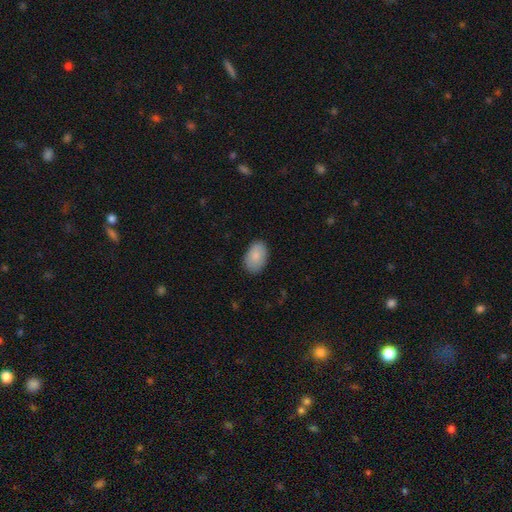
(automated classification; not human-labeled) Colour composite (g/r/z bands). It shows a smooth galaxy with no disk features (87%) that is in between round and cigar-shaped (91%). Merging: none (85%).